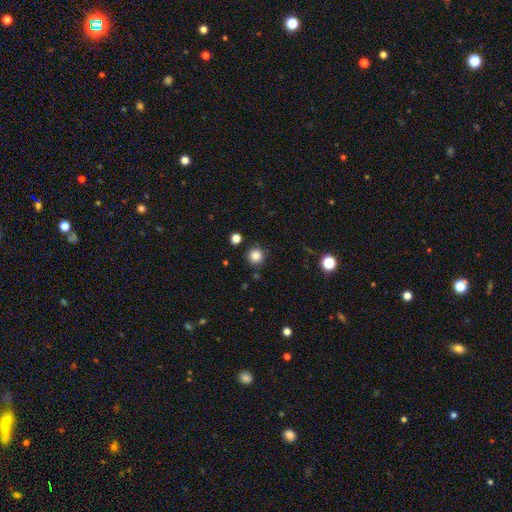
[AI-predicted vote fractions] Q: Smooth or featured?
A: smooth (84%); runner-up: star or artifact (12%)
Q: How rounded?
A: round (94%); runner-up: in between (5%)
Q: Merging?
A: none (88%); runner-up: minor disturbance (7%)